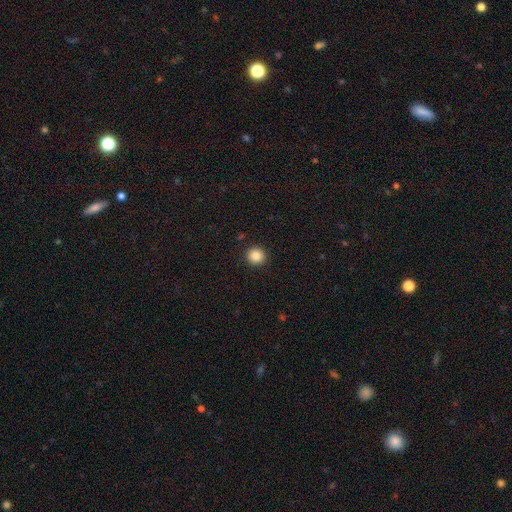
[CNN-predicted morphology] Smooth or featured?
  - smooth: 86% *
  - star or artifact: 10%
  - featured or disk: 4%
How rounded?
  - round: 93% *
  - in between: 6%
  - cigar-shaped: 1%
Merging?
  - none: 92% *
  - minor disturbance: 5%
  - major disturbance: 2%
  - merger: 1%